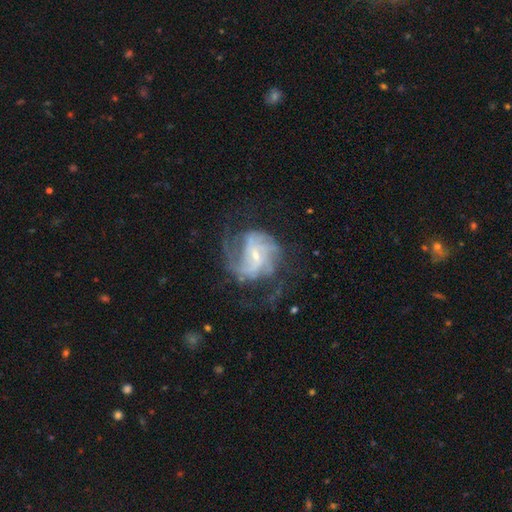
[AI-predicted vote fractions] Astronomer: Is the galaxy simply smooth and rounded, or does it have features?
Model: featured or disk — 86%.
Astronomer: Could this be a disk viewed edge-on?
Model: no — 98%.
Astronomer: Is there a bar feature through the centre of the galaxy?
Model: weak — 48% (runner-up: no, 34%).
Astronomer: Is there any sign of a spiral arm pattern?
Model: yes — 95%.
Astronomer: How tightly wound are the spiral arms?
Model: medium — 46% (runner-up: loose, 27%).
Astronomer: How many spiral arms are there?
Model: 2 — 37% (runner-up: can't tell, 23%).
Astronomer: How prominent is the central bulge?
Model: small — 68%.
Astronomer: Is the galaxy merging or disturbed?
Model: none — 58%.